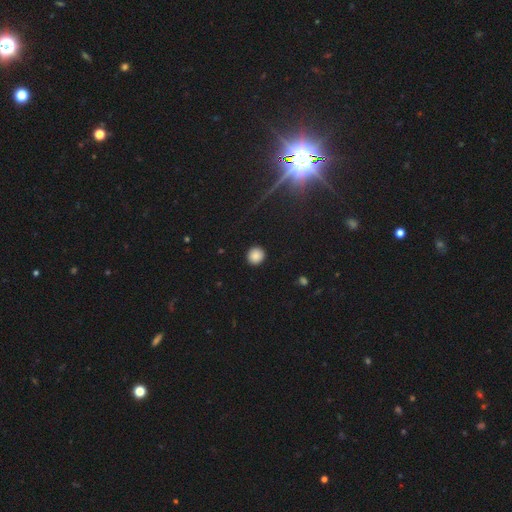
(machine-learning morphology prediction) smooth-or-featured: smooth: 85% | star or artifact: 11% | featured or disk: 4%
  how-rounded: round: 91% | in between: 8% | cigar-shaped: 1%
  merging: none: 91% | minor disturbance: 6% | major disturbance: 2% | merger: 1%